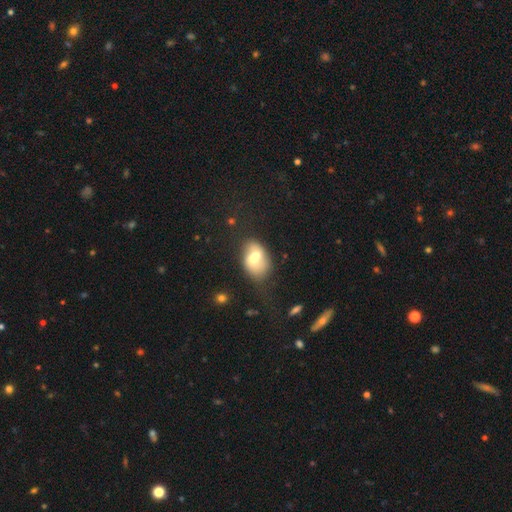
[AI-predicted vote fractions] Smooth or featured? Predicted: smooth (p=0.62). How rounded? Predicted: in between (p=0.80). Merging? Predicted: none (p=0.36).